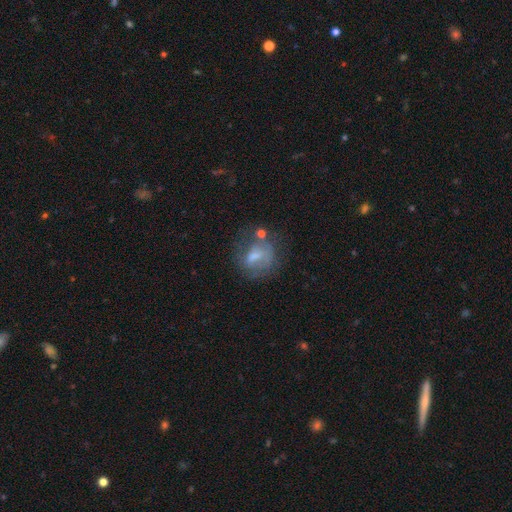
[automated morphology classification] Smooth or featured: smooth — 45% (featured or disk — 44%)
Merging: none — 45% (minor disturbance — 24%)